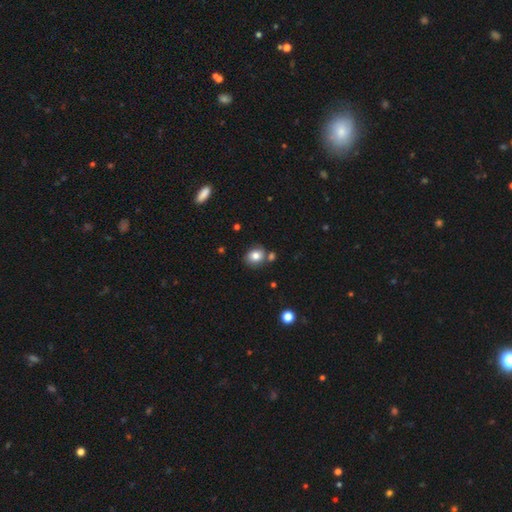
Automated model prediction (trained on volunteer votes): A smooth galaxy with no disk features (79%) that is round (60%).

Vote fractions:
- Smooth or featured? smooth: 79% / featured or disk: 11% / star or artifact: 10%
- How rounded? round: 60% / in between: 39% / cigar-shaped: 1%
- Merging? none: 69% / merger: 14% / minor disturbance: 13% / major disturbance: 3%